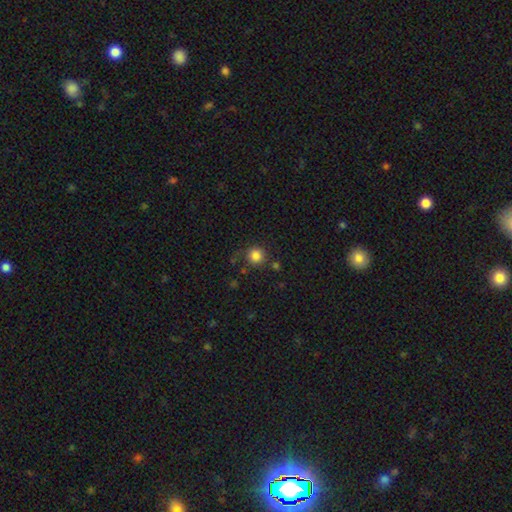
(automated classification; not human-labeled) smooth-or-featured: smooth: 84% | star or artifact: 10% | featured or disk: 6%
  how-rounded: round: 92% | in between: 7% | cigar-shaped: 1%
  merging: none: 72% | minor disturbance: 15% | major disturbance: 7% | merger: 6%